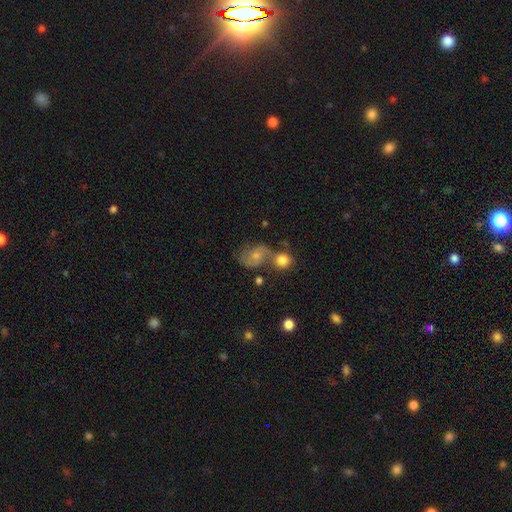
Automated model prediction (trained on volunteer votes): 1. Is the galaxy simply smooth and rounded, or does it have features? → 66% featured or disk, 25% smooth, 9% star or artifact.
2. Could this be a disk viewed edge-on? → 98% no, 2% yes.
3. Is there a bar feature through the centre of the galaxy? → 66% no, 29% weak, 5% strong.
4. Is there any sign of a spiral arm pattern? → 90% yes, 10% no.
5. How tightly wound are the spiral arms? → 52% medium, 28% loose, 20% tight.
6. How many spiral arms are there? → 87% 2, 6% can't tell, 3% 1, 2% 3, 1% 4, 1% more than 4.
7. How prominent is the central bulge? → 47% small, 43% moderate, 5% none, 4% large, 1% dominant.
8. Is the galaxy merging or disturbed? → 39% none, 33% merger, 17% minor disturbance, 10% major disturbance.